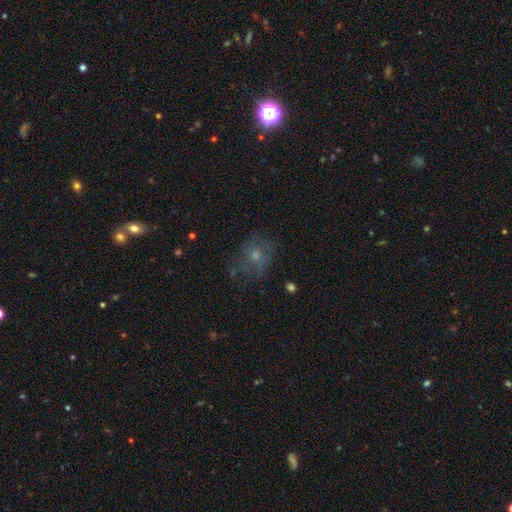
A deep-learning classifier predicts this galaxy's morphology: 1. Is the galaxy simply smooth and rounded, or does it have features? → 50% smooth, 34% featured or disk, 17% star or artifact.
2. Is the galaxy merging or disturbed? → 57% none, 22% minor disturbance, 18% major disturbance, 2% merger.